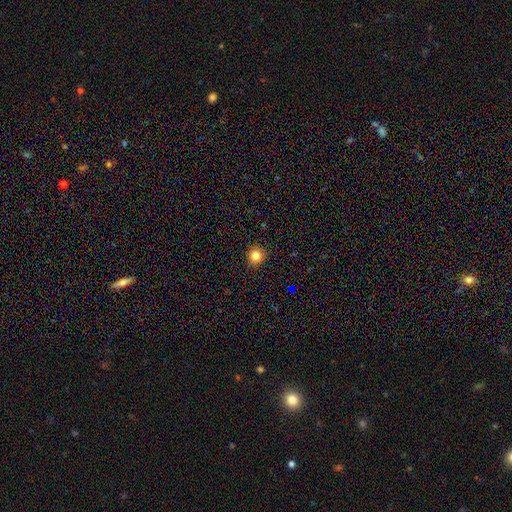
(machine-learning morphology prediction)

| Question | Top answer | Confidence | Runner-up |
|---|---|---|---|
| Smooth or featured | smooth | 82% | star or artifact (13%) |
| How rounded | round | 89% | in between (10%) |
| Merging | none | 90% | minor disturbance (7%) |